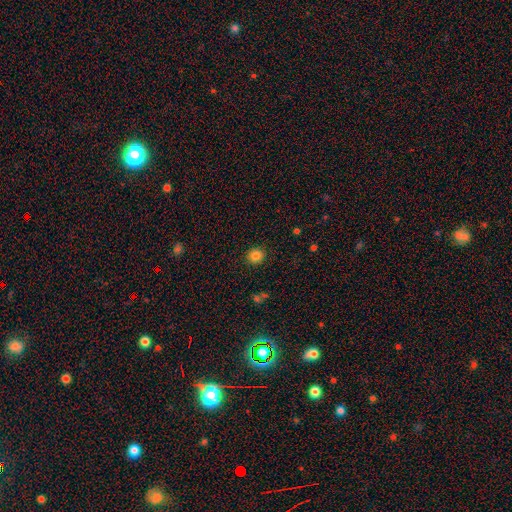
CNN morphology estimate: Smooth or featured? smooth (83%)
How rounded? round (87%)
Merging? none (91%)